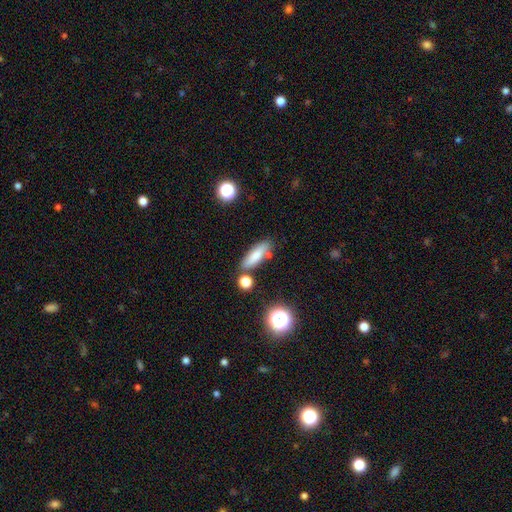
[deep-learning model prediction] A smooth galaxy with no disk features (76%) that is cigar-shaped (49%). Merging: none (75%).